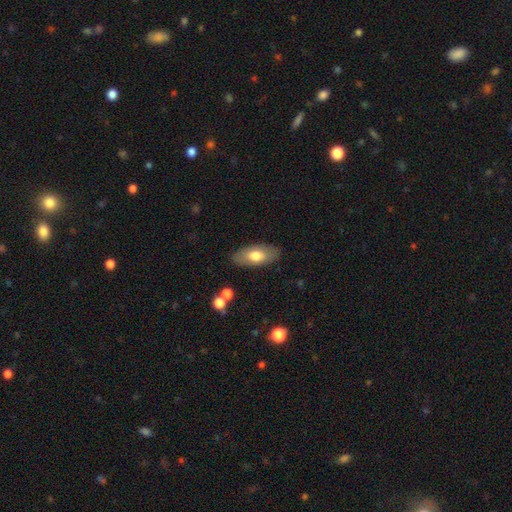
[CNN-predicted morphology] The model was most divided on "smooth or featured": smooth: 69%, featured or disk: 25%, star or artifact: 6%. More confident: how rounded — in between (88%); merging — none (84%).